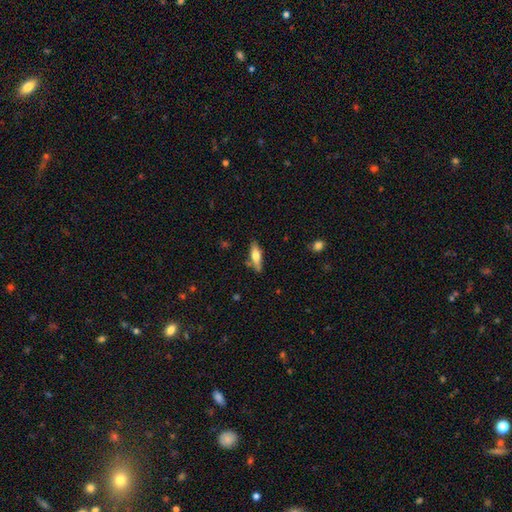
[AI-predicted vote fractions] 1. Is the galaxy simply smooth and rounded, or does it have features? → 52% smooth, 42% featured or disk, 6% star or artifact.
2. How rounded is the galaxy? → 59% cigar-shaped, 38% in between, 2% round.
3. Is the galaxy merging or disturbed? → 79% none, 14% minor disturbance, 4% merger, 3% major disturbance.